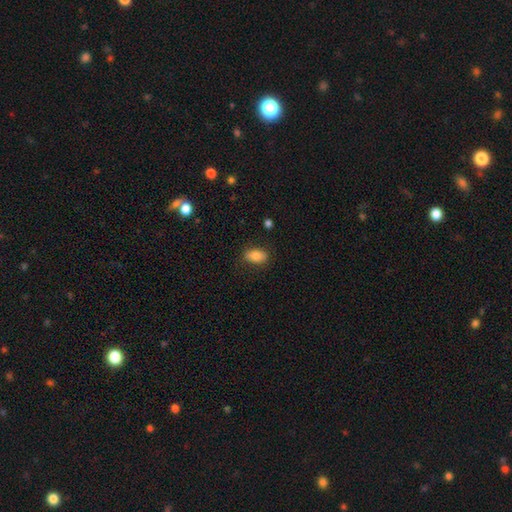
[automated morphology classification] type=smooth (82%); roundness=in between (88%); merging=none (82%).